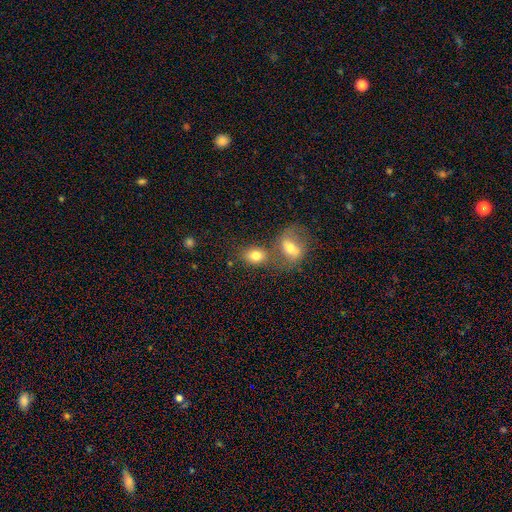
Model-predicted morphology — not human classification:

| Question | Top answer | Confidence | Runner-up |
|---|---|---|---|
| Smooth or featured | smooth | 77% | featured or disk (14%) |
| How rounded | in between | 70% | round (28%) |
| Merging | none | 45% | merger (40%) |